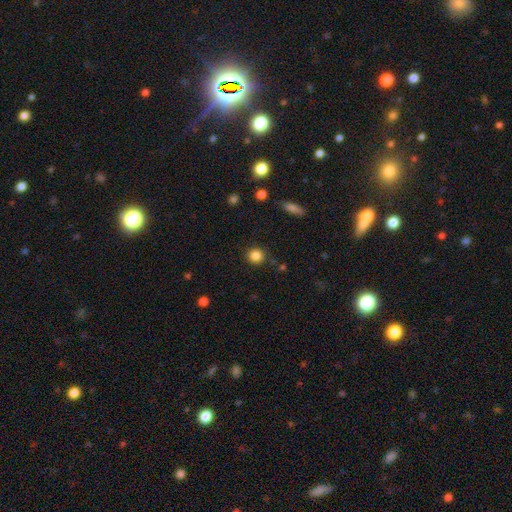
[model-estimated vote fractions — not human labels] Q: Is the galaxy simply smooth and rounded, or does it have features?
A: smooth — 85%.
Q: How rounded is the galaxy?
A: round — 90%.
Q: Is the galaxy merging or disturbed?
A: none — 88%.